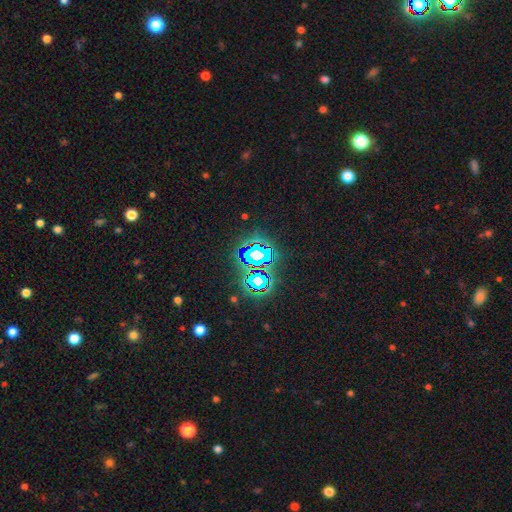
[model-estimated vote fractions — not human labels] smooth-or-featured: star or artifact: 72% | smooth: 16% | featured or disk: 12%